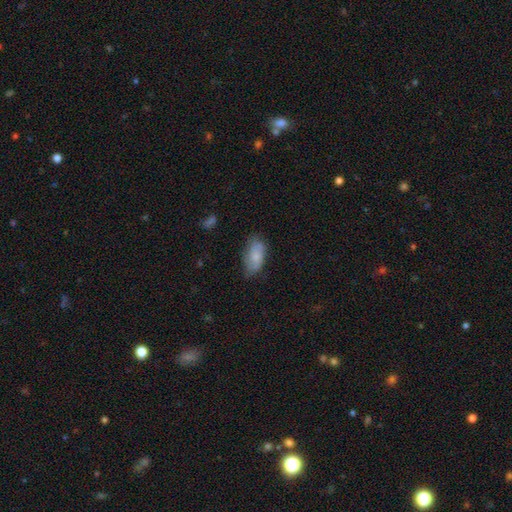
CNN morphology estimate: smooth-or-featured: smooth: 76% | featured or disk: 17% | star or artifact: 7%
  how-rounded: in between: 91% | cigar-shaped: 6% | round: 3%
  merging: none: 64% | minor disturbance: 27% | major disturbance: 7% | merger: 3%